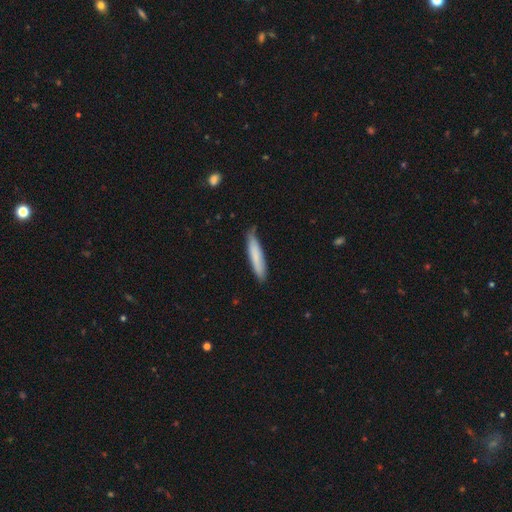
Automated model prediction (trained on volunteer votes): A smooth galaxy with no disk features (78%) that is cigar-shaped (89%).

Vote fractions:
- Smooth or featured? smooth: 78% / featured or disk: 17% / star or artifact: 6%
- How rounded? cigar-shaped: 89% / in between: 10% / round: 1%
- Merging? none: 79% / minor disturbance: 17% / major disturbance: 2% / merger: 1%